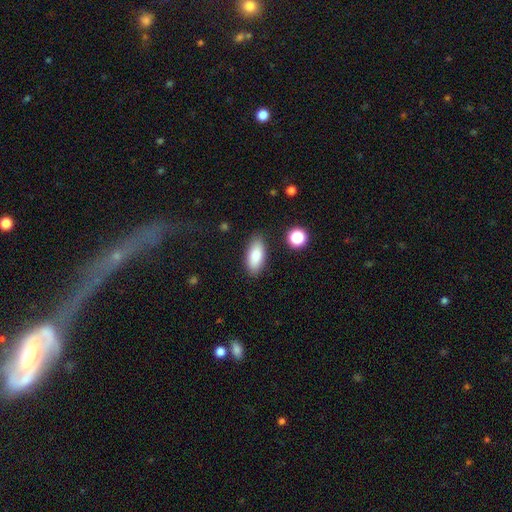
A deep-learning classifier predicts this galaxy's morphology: Smooth or featured? Predicted: smooth (p=0.85). How rounded? Predicted: in between (p=0.86). Merging? Predicted: none (p=0.85).